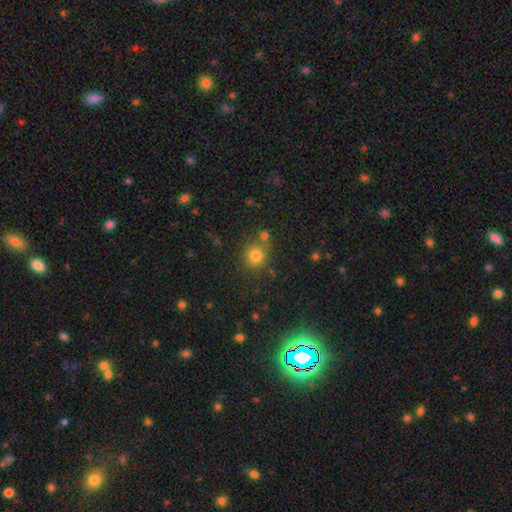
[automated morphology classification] This appears to be a smooth galaxy with no disk features (79%) that is round (90%). Merging: none (77%).